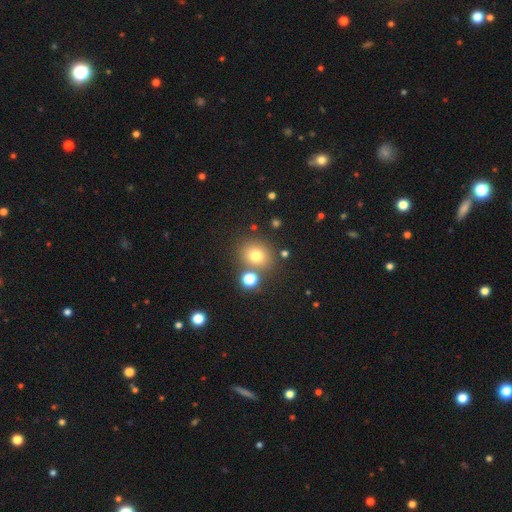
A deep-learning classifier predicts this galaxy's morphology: The model was most divided on "how rounded": round: 77%, in between: 22%, cigar-shaped: 1%. More confident: merging — none (74%); smooth or featured — smooth (74%).